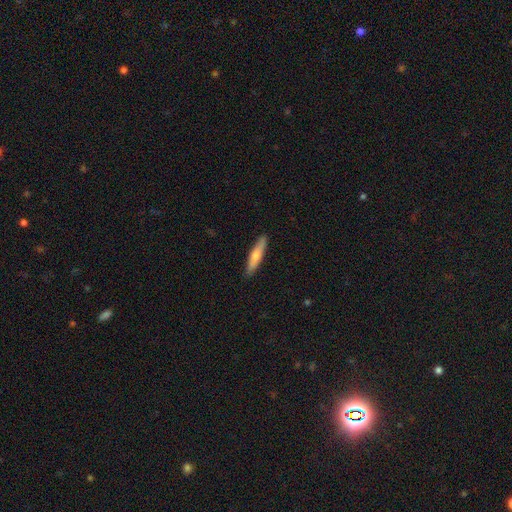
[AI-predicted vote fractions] smooth 58%, featured or disk 36%, star or artifact 6%. Down the decision tree: how rounded — cigar-shaped (88%); merging — none (90%).